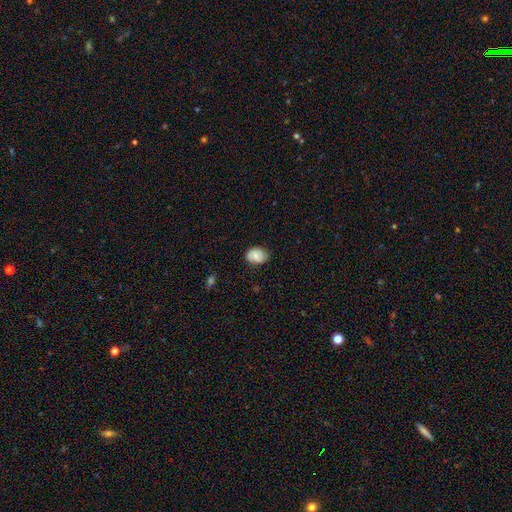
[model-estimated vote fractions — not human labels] Morphology: type=smooth (69%); roundness=in between (58%); merging=none (74%).